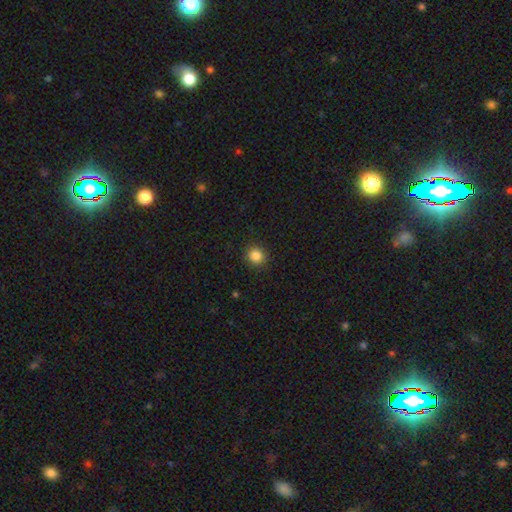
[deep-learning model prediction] A smooth galaxy with no disk features (85%) that is round (91%). Merging: none (91%).